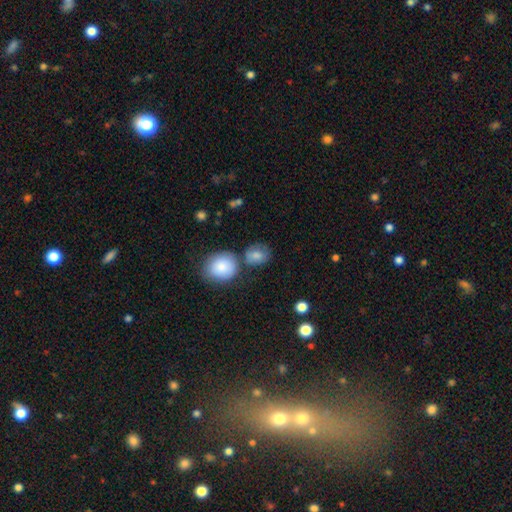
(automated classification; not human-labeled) The model was most divided on "how rounded": round: 55%, in between: 44%, cigar-shaped: 1%. More confident: smooth or featured — smooth (81%); merging — none (56%).